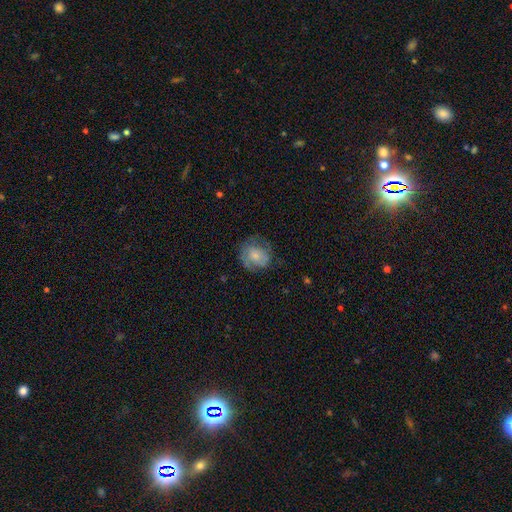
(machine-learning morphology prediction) Smooth or featured? smooth (52%)
How rounded? round (69%)
Merging? none (60%)